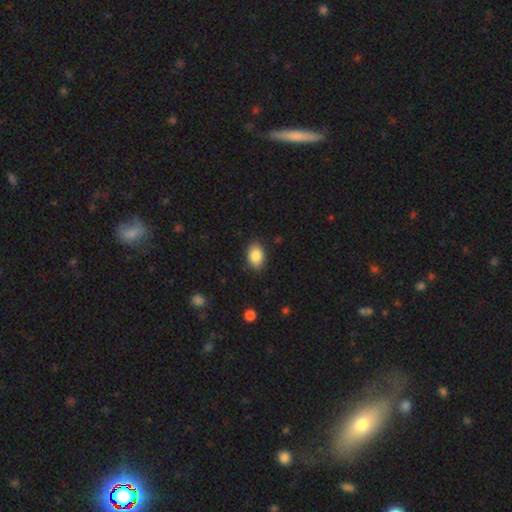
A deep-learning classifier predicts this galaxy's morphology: type=smooth (87%); roundness=in between (85%); merging=none (86%).